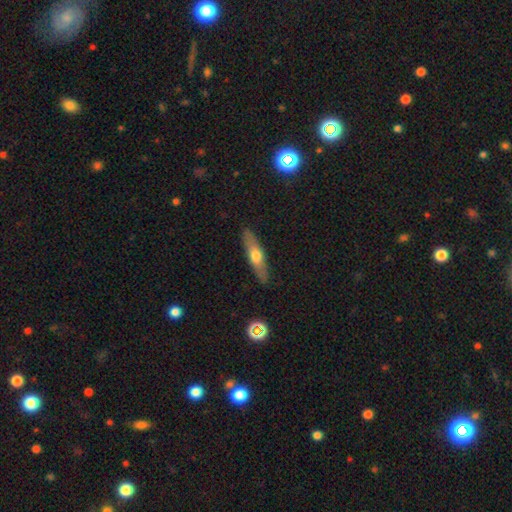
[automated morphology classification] Smooth or featured? Predicted: smooth (p=0.50). Merging? Predicted: none (p=0.89).